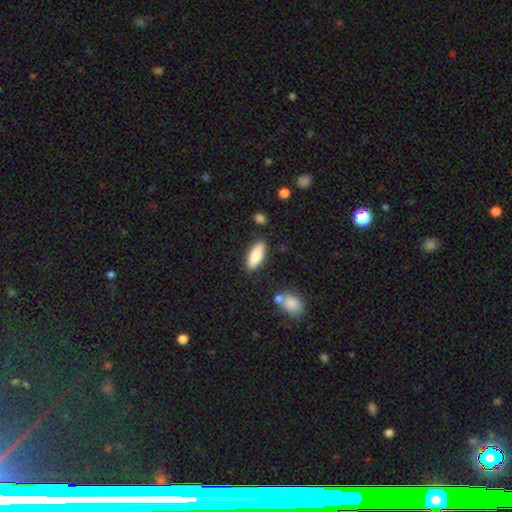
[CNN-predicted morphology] A smooth galaxy with no disk features (81%) that is in between round and cigar-shaped (65%).

Vote fractions:
- Smooth or featured? smooth: 81% / featured or disk: 13% / star or artifact: 6%
- How rounded? in between: 65% / cigar-shaped: 33% / round: 2%
- Merging? none: 83% / minor disturbance: 11% / merger: 3% / major disturbance: 3%